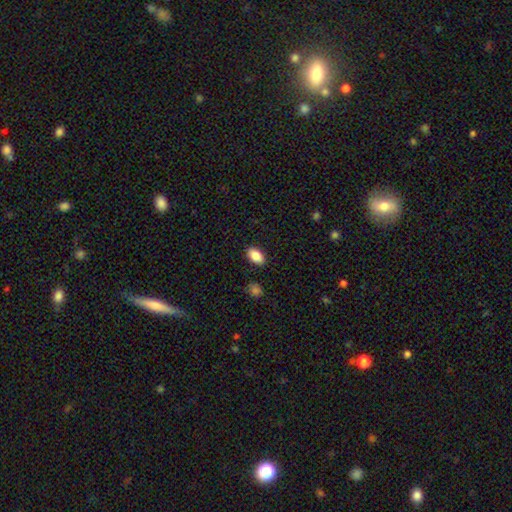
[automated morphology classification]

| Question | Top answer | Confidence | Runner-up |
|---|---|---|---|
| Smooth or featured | smooth | 87% | star or artifact (7%) |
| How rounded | in between | 92% | round (5%) |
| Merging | none | 88% | minor disturbance (9%) |